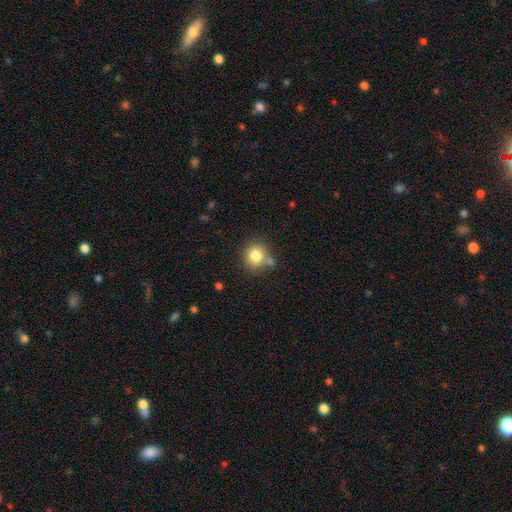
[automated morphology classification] Smooth or featured: smooth — 81% (star or artifact — 11%)
How rounded: round — 81% (in between — 18%)
Merging: none — 68% (merger — 15%)